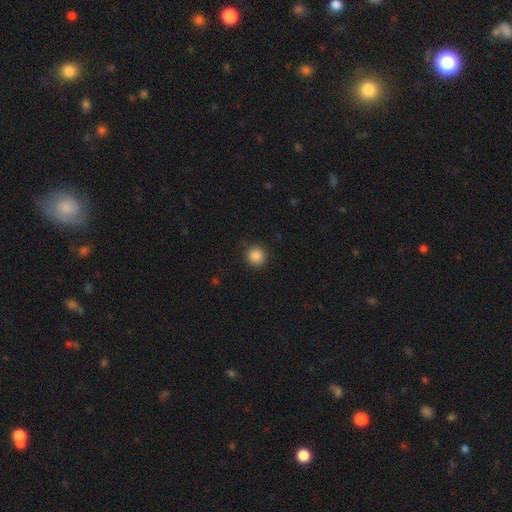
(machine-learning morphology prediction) This is clearly a smooth galaxy (87%). How rounded: clearly round (95%). Merging: clearly none (89%).